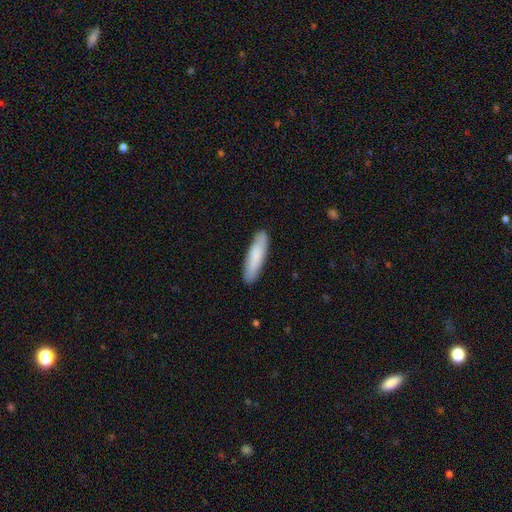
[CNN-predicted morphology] A smooth galaxy with no disk features (81%) that is cigar-shaped (77%). Merging: none (89%).